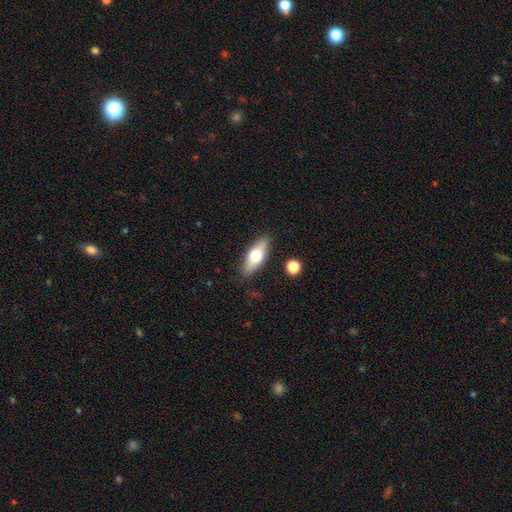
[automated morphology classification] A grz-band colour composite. It shows a smooth galaxy with no disk features (59%) that is in between round and cigar-shaped (68%). Merging: none (86%).